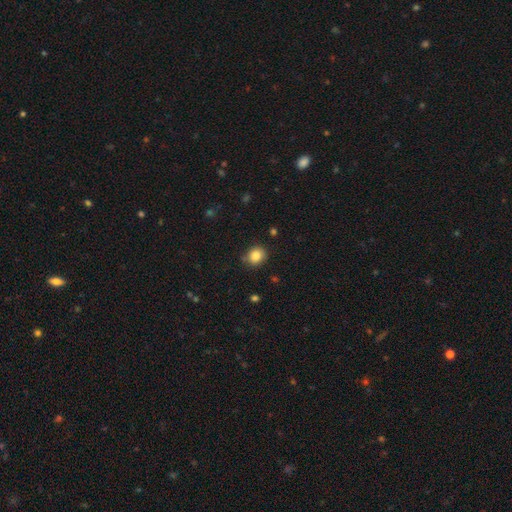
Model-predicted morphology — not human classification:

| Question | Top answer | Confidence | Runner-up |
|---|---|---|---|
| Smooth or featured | smooth | 85% | star or artifact (10%) |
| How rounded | round | 77% | in between (23%) |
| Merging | none | 81% | minor disturbance (13%) |